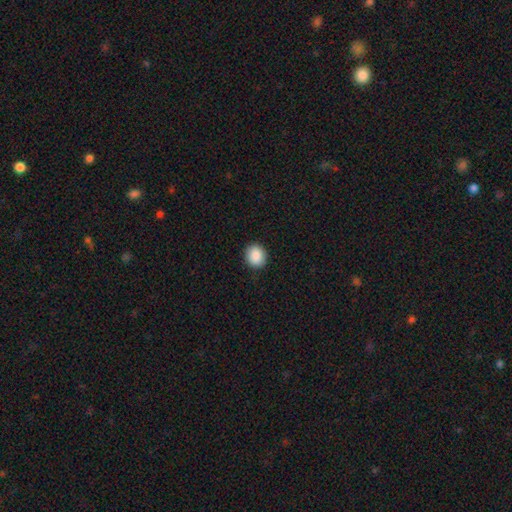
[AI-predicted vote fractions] The model was most divided on "how rounded": round: 78%, in between: 21%, cigar-shaped: 1%. More confident: merging — none (91%); smooth or featured — smooth (89%).